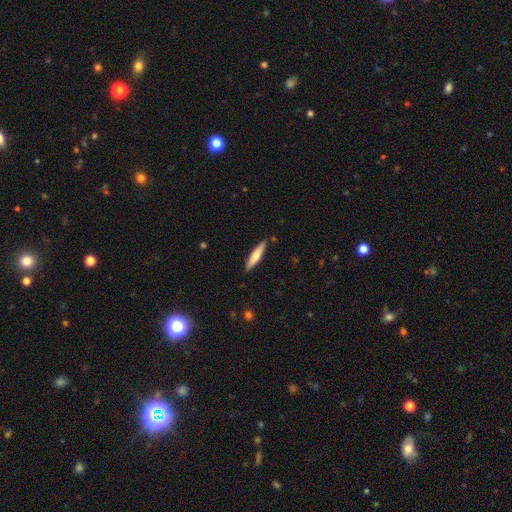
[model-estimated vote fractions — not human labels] smooth_or_featured: smooth (p=0.68) [alt: featured or disk p=0.26]
how_rounded: cigar-shaped (p=0.84) [alt: in between p=0.15]
merging: none (p=0.88) [alt: minor disturbance p=0.09]